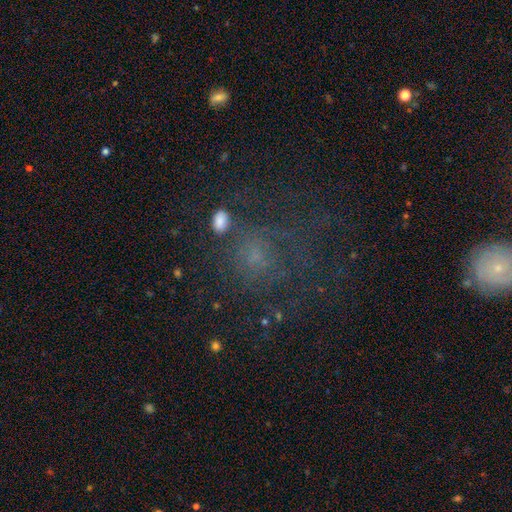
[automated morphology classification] Smooth or featured? Predicted: smooth (p=0.39). Merging? Predicted: none (p=0.51).